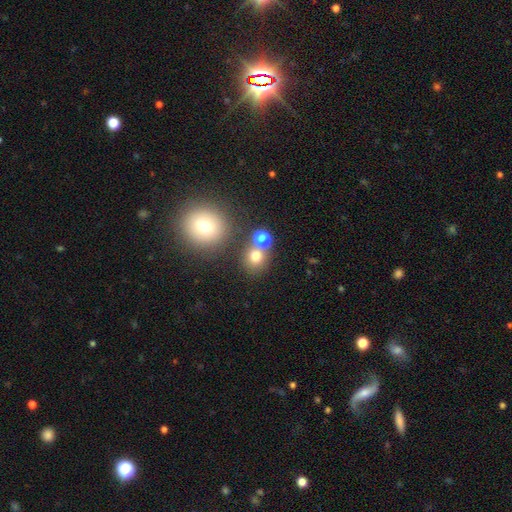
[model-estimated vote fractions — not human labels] Morphology: type=smooth (73%); roundness=round (81%); merging=none (61%).